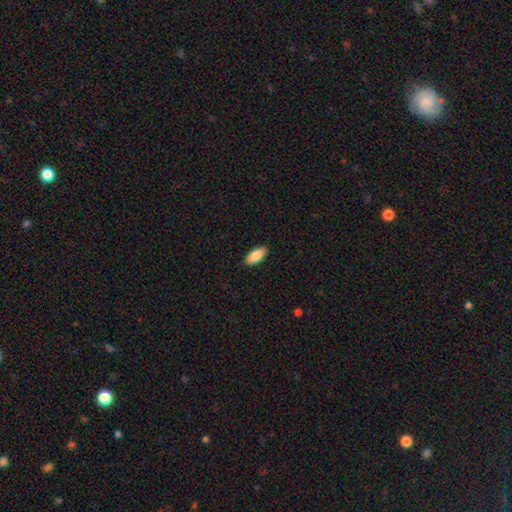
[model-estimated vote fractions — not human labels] The model was most divided on "how rounded": in between: 87%, cigar-shaped: 11%, round: 2%. More confident: merging — none (90%); smooth or featured — smooth (88%).